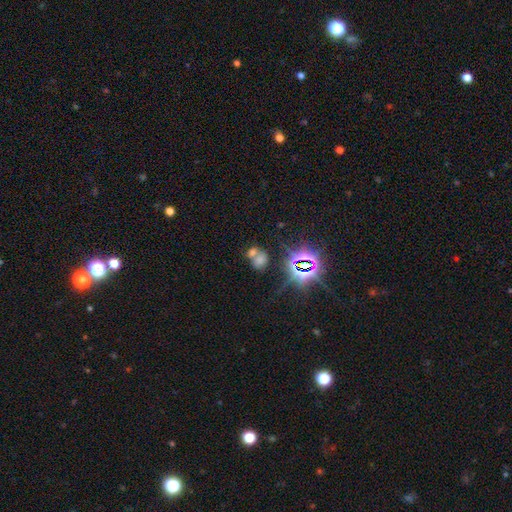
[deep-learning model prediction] The model was most divided on "smooth or featured": star or artifact: 59%, smooth: 28%, featured or disk: 13%.